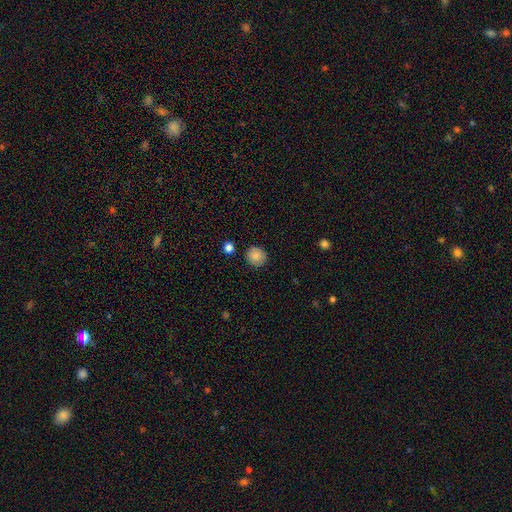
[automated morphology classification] A smooth galaxy with no disk features (84%) that is round (86%). Merging: none (87%).